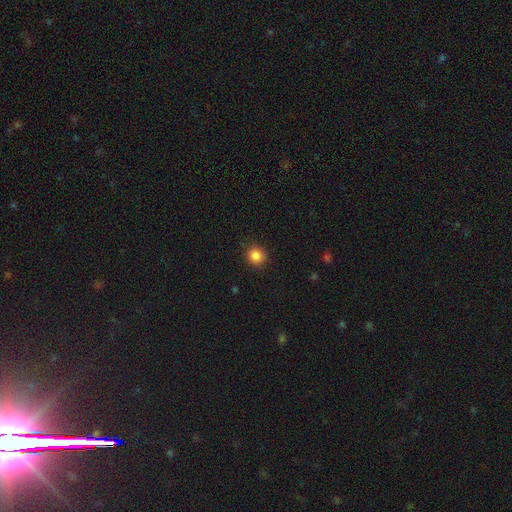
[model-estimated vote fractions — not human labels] Q: Smooth or featured?
A: smooth (86%); runner-up: star or artifact (11%)
Q: How rounded?
A: round (87%); runner-up: in between (12%)
Q: Merging?
A: none (87%); runner-up: minor disturbance (9%)